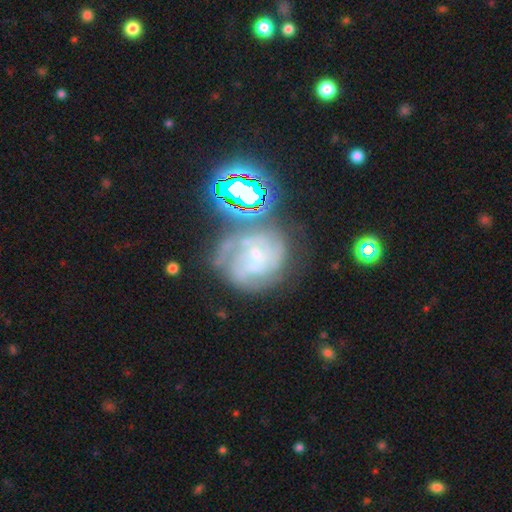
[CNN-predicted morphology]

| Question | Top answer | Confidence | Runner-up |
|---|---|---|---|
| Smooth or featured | featured or disk | 69% | star or artifact (16%) |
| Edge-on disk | no | 98% | yes (2%) |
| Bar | no | 57% | weak (33%) |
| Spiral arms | yes | 86% | no (14%) |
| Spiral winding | tight | 60% | medium (31%) |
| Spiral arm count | can't tell | 41% | 3 (22%) |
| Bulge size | small | 63% | moderate (18%) |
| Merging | none | 51% | minor disturbance (20%) |